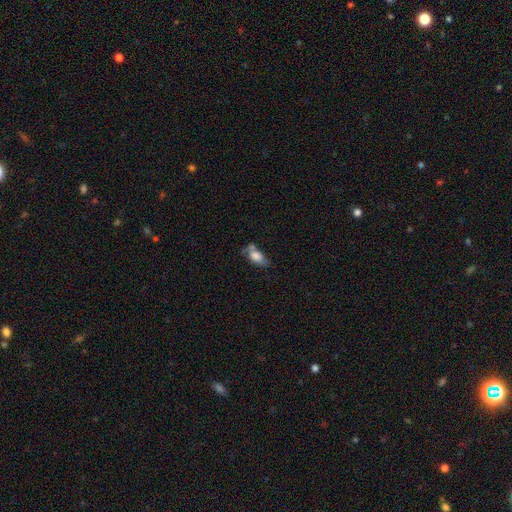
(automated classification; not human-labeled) Smooth or featured? smooth (73%)
How rounded? in between (88%)
Merging? none (40%)